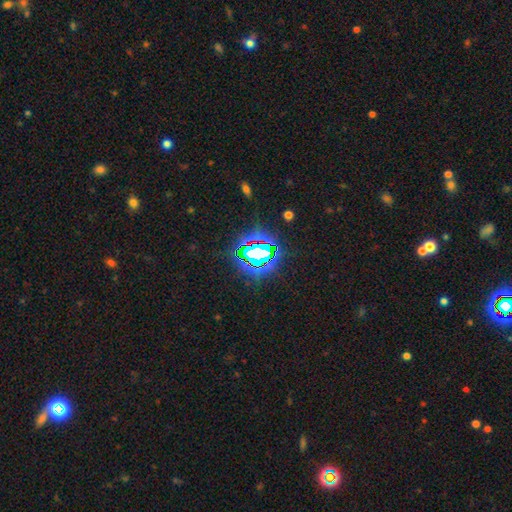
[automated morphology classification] This is likely a star or artifact rather than a galaxy (73%).